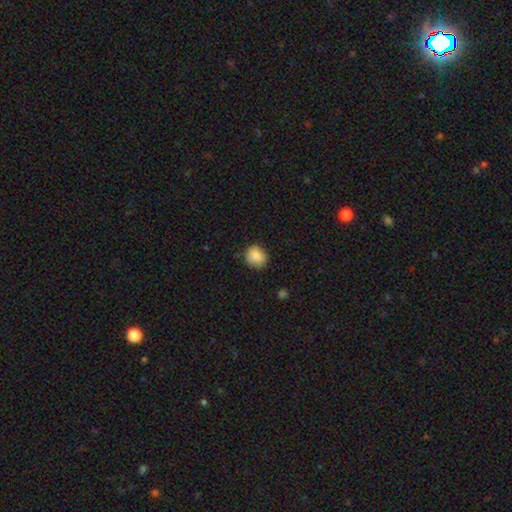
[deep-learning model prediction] A smooth galaxy with no disk features (87%) that is round (80%). Merging: none (79%).